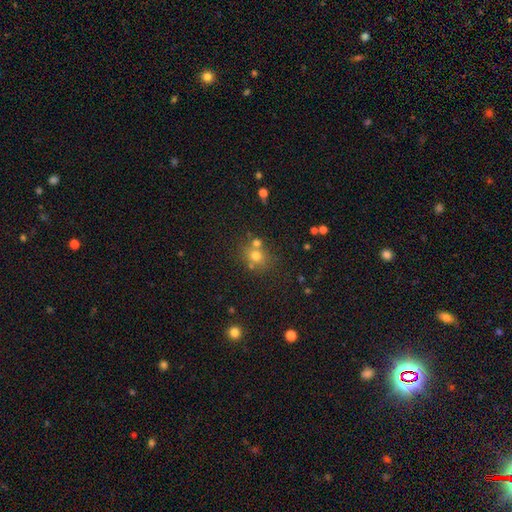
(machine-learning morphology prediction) The model was most divided on "merging": none: 59%, merger: 26%, minor disturbance: 10%, major disturbance: 4%. More confident: how rounded — round (75%); smooth or featured — smooth (68%).